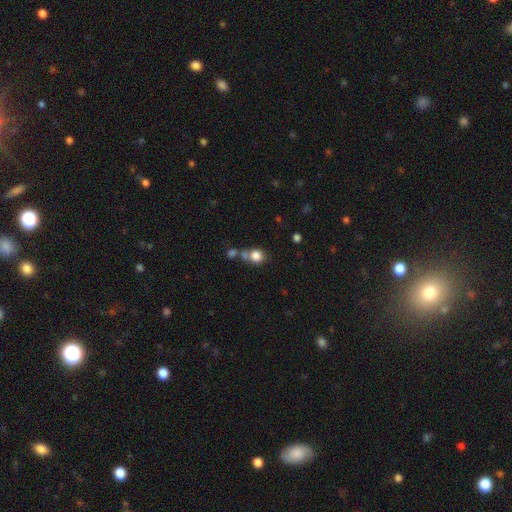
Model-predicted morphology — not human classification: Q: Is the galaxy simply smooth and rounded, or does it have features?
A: smooth — 81%.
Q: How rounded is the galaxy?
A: round — 78%.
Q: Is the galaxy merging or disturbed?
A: none — 46%.